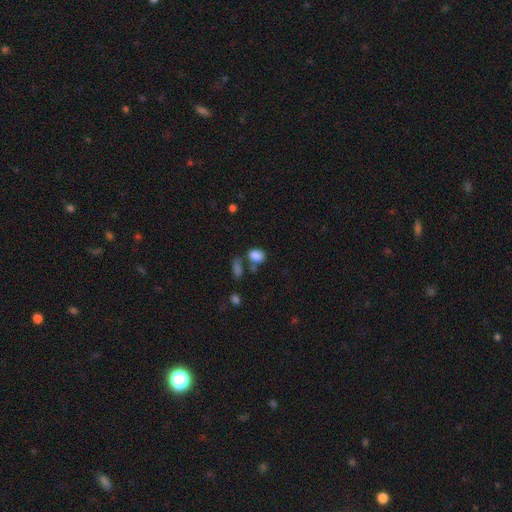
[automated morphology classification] The model was most divided on "merging": none: 53%, merger: 24%, minor disturbance: 15%, major disturbance: 7%. More confident: smooth or featured — smooth (84%); how rounded — in between (72%).